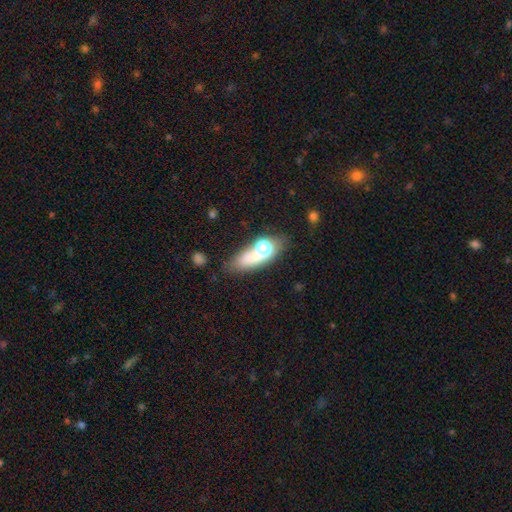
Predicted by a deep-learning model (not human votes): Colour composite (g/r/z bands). It shows a smooth galaxy with no disk features (63%) that is in between round and cigar-shaped (63%). Merging: none (57%).